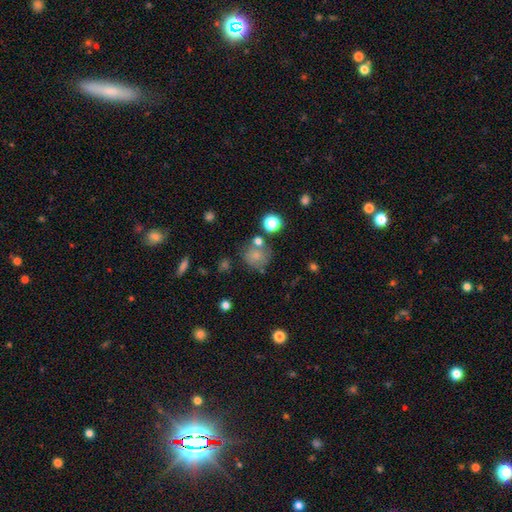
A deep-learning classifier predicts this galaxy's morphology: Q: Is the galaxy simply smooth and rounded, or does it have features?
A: smooth — 74%.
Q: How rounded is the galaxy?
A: round — 86%.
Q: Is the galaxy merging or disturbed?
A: none — 60%.